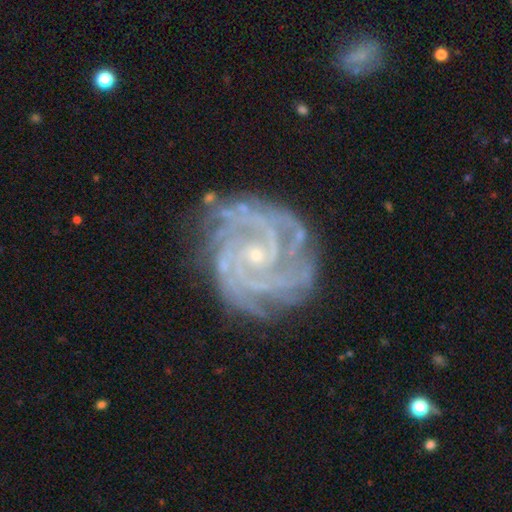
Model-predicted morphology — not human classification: A featured or disk galaxy (91%) with no bar (67%), 4 (25%, tied with 3) tight (75%) spiral arms (98%) and a small central bulge (81%). Merging: none (76%).